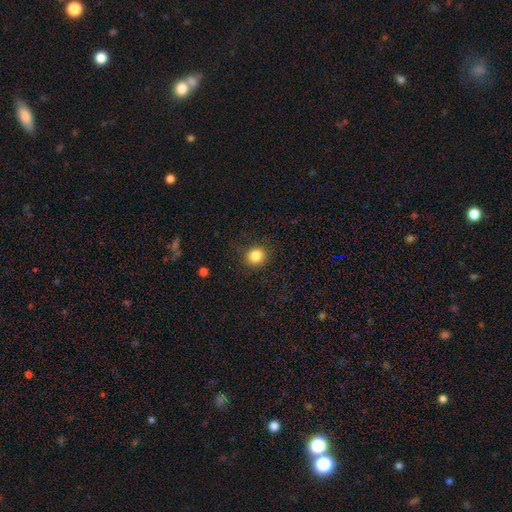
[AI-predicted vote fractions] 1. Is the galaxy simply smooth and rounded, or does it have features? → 84% smooth, 11% star or artifact, 5% featured or disk.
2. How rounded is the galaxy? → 87% round, 12% in between, 1% cigar-shaped.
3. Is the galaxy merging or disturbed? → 89% none, 8% minor disturbance, 3% major disturbance, 1% merger.